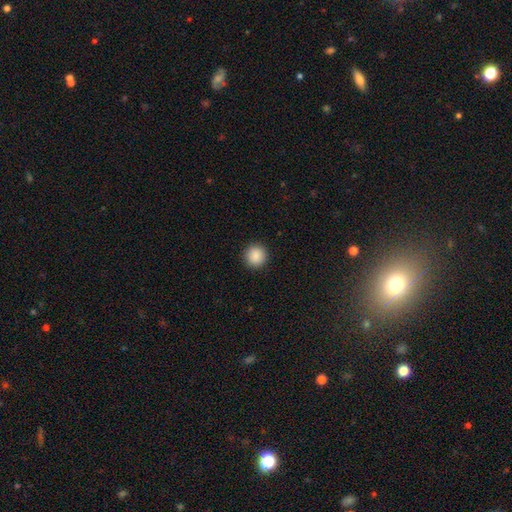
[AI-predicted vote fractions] Smooth or featured? Predicted: smooth (p=0.88). How rounded? Predicted: round (p=0.94). Merging? Predicted: none (p=0.93).